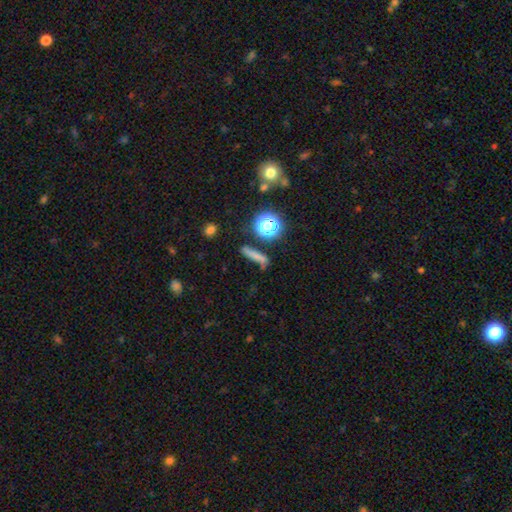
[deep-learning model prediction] This is likely a smooth galaxy (66%). How rounded: likely cigar-shaped (74%). Merging: likely none (71%).